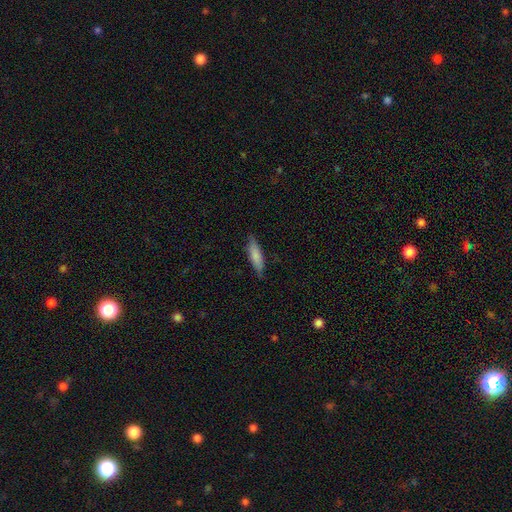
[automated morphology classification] Smooth or featured: smooth — 79% (featured or disk — 15%)
How rounded: cigar-shaped — 68% (in between — 30%)
Merging: none — 81% (minor disturbance — 15%)